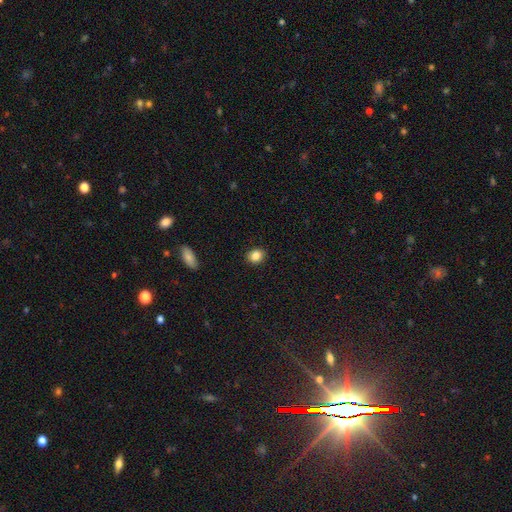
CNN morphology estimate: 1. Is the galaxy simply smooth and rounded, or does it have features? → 85% smooth, 10% star or artifact, 6% featured or disk.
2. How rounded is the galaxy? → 57% round, 42% in between, 1% cigar-shaped.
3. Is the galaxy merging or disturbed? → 90% none, 7% minor disturbance, 2% major disturbance, 1% merger.